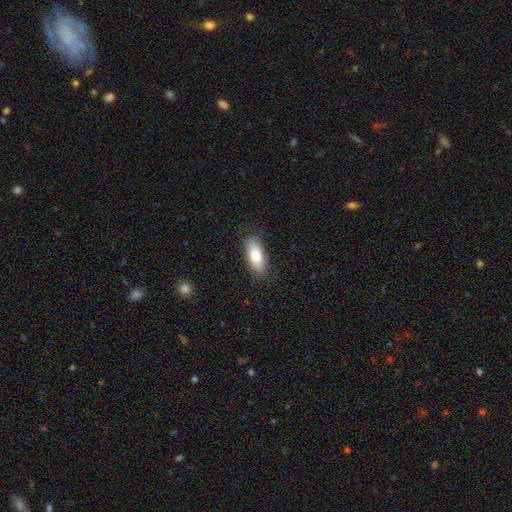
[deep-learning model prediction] smooth-or-featured: smooth: 78% | featured or disk: 15% | star or artifact: 7%
  how-rounded: in between: 78% | cigar-shaped: 20% | round: 3%
  merging: none: 86% | minor disturbance: 10% | major disturbance: 2% | merger: 1%